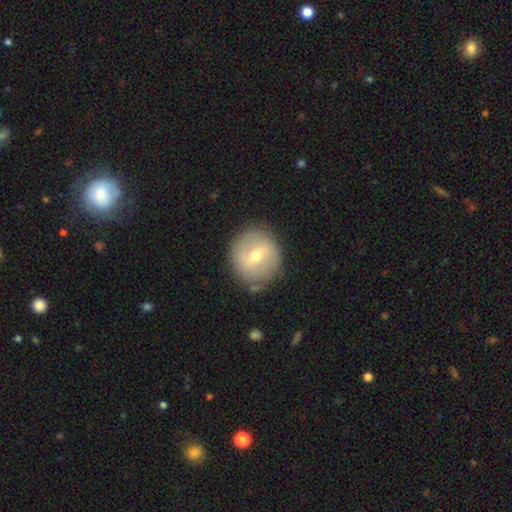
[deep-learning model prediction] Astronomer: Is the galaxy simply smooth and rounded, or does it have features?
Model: smooth — 52% (runner-up: featured or disk, 40%).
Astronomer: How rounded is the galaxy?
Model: round — 91%.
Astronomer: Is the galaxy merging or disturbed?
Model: none — 84%.